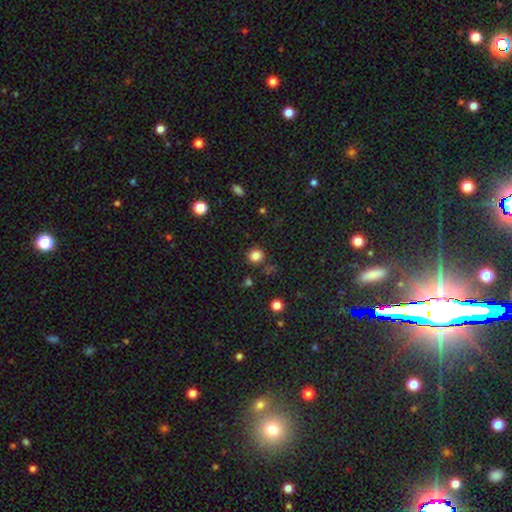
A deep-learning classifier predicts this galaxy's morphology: Smooth or featured? smooth (83%)
How rounded? round (90%)
Merging? none (85%)